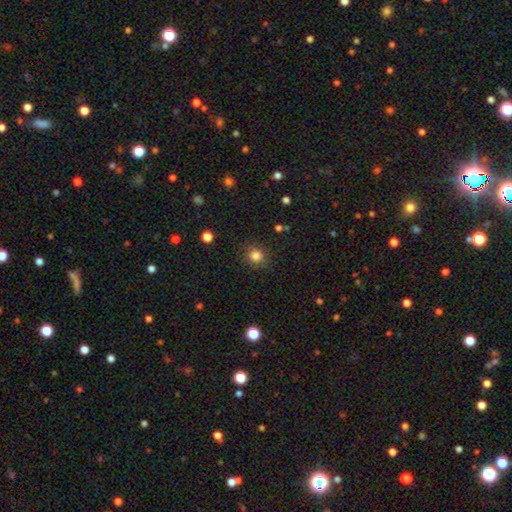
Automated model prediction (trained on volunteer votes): This appears to be a smooth galaxy with no disk features (84%) that is round (84%). Merging: none (87%).